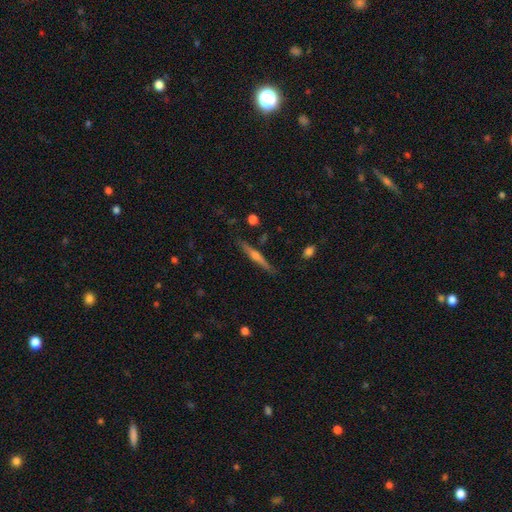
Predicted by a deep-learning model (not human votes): featured or disk 67%, smooth 26%, star or artifact 7%. Down the decision tree: edge-on disk — yes (97%); edge-on bulge — rounded (78%); merging — none (87%).